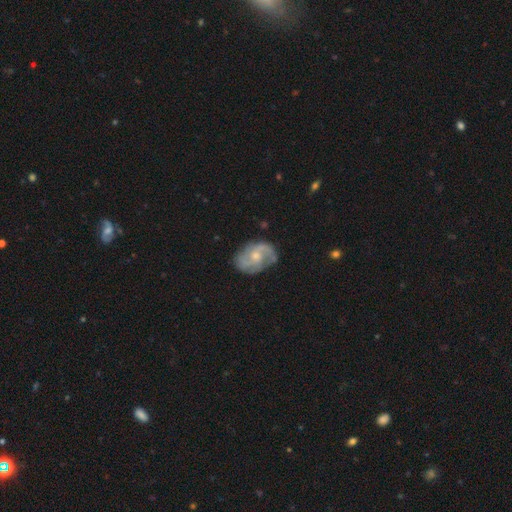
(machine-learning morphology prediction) smooth-or-featured: featured or disk: 80% | smooth: 15% | star or artifact: 5%
  disk-edge-on: no: 97% | yes: 3%
    bar: no: 62% | weak: 34% | strong: 4%
    has-spiral-arms: yes: 93% | no: 7%
      spiral-winding: medium: 47% | tight: 29% | loose: 24%
      spiral-arm-count: 2: 64% | can't tell: 15% | 3: 12% | 1: 4% | 4: 3% | more than 4: 3%
    bulge-size: moderate: 49% | small: 44% | none: 4% | large: 2% | dominant: 1%
  merging: none: 70% | minor disturbance: 21% | major disturbance: 7% | merger: 2%